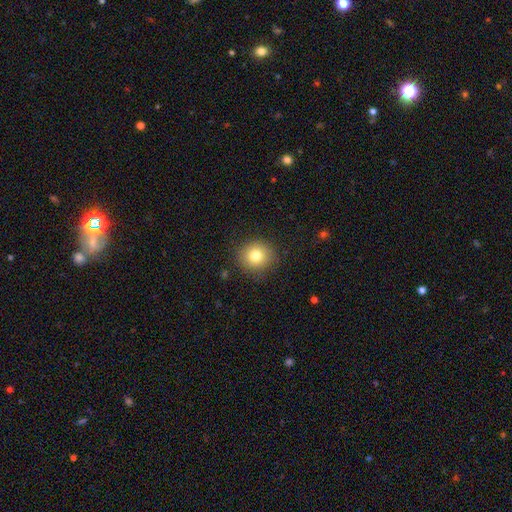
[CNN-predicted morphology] Q: Smooth or featured?
A: smooth (79%); runner-up: star or artifact (11%)
Q: How rounded?
A: round (87%); runner-up: in between (12%)
Q: Merging?
A: none (89%); runner-up: minor disturbance (8%)